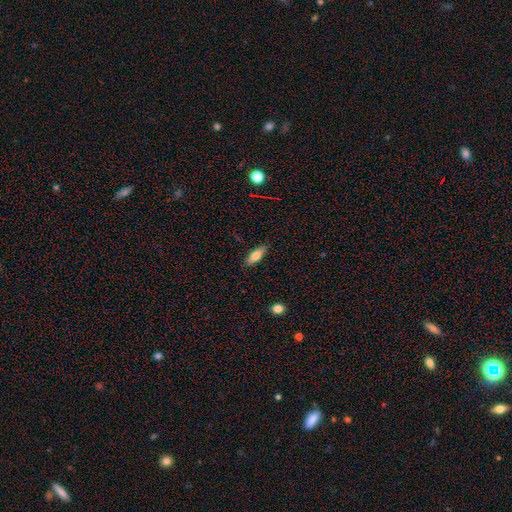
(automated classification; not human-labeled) Smooth or featured? Predicted: smooth (p=0.76). How rounded? Predicted: in between (p=0.67). Merging? Predicted: none (p=0.86).